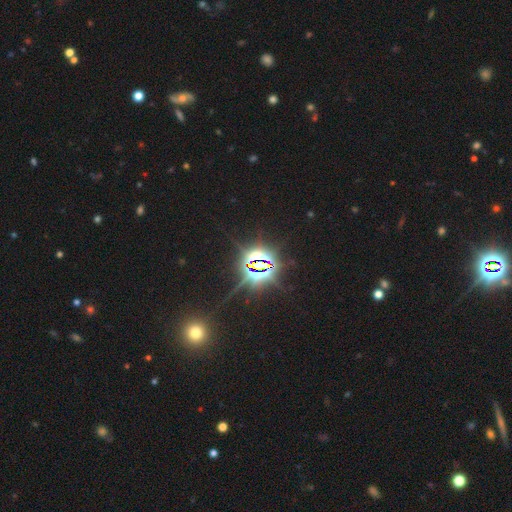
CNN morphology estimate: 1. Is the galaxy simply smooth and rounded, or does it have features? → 85% star or artifact, 8% smooth, 7% featured or disk.